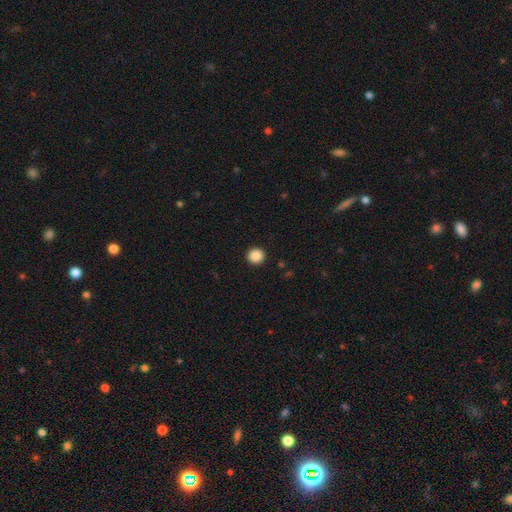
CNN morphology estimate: This is clearly a smooth galaxy (88%). How rounded: clearly round (93%). Merging: clearly none (93%).